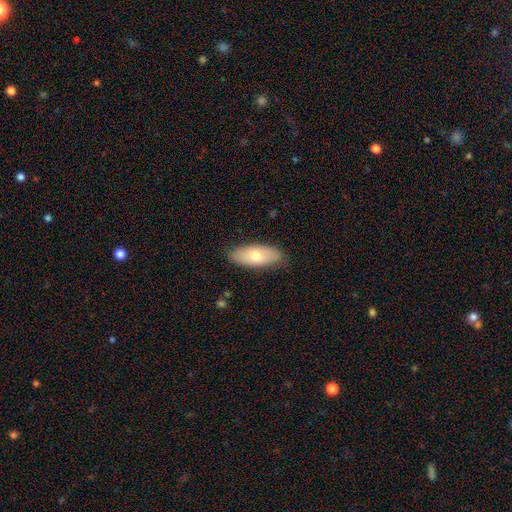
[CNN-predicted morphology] type=smooth (67%); roundness=in between (83%); merging=none (84%).